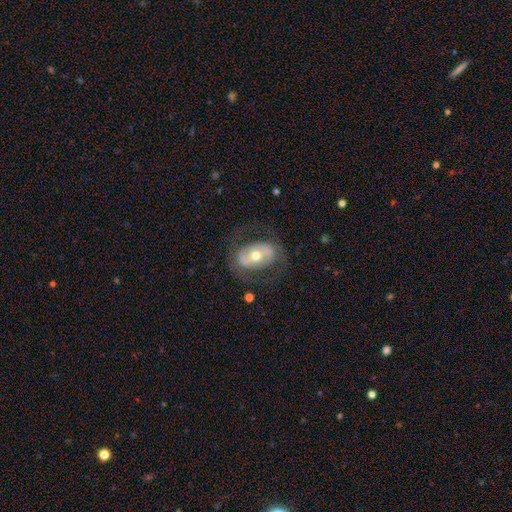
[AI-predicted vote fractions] Morphology: type=featured or disk (61%); edge-on=no (93%); bar=no (39%); spiral arms=no (54%); bulge=moderate (71%); merging=none (70%).